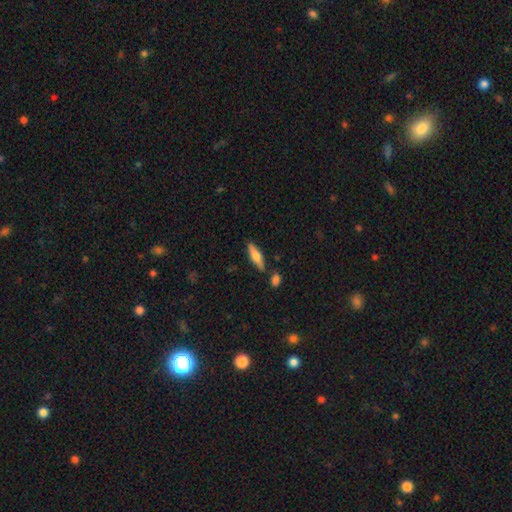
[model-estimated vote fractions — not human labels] Smooth or featured? smooth (56%)
How rounded? cigar-shaped (64%)
Merging? none (79%)